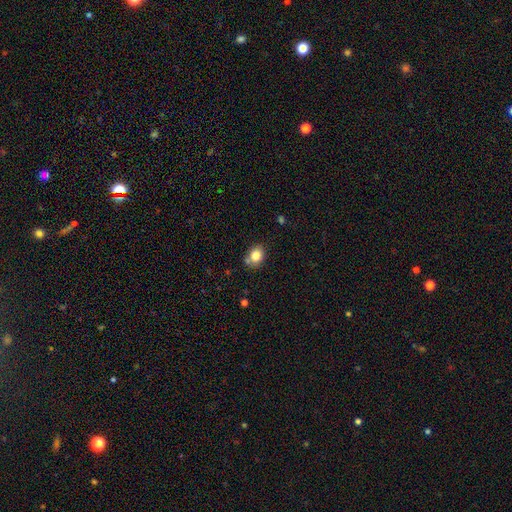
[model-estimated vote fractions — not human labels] This is clearly a smooth galaxy (81%). How rounded: possibly round (55%). Merging: likely none (71%).